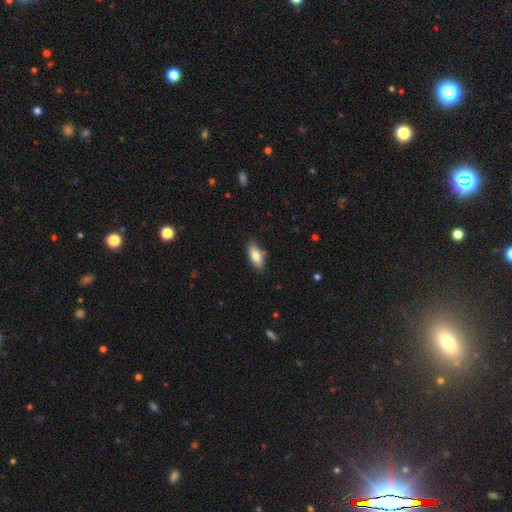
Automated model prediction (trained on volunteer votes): Smooth or featured? Predicted: smooth (p=0.81). How rounded? Predicted: in between (p=0.81). Merging? Predicted: none (p=0.81).